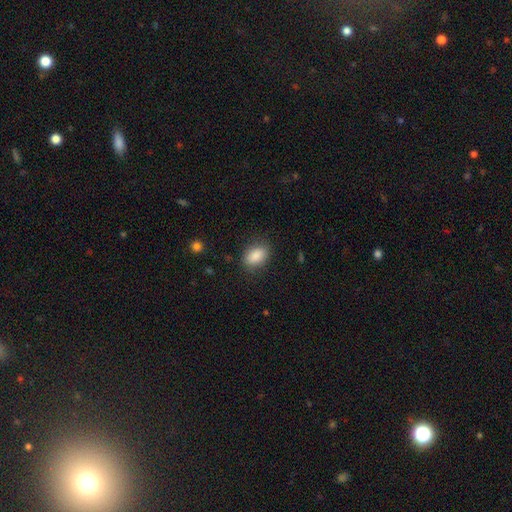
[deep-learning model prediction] This appears to be a smooth galaxy with no disk features (88%) that is in between round and cigar-shaped (87%). Merging: none (83%).